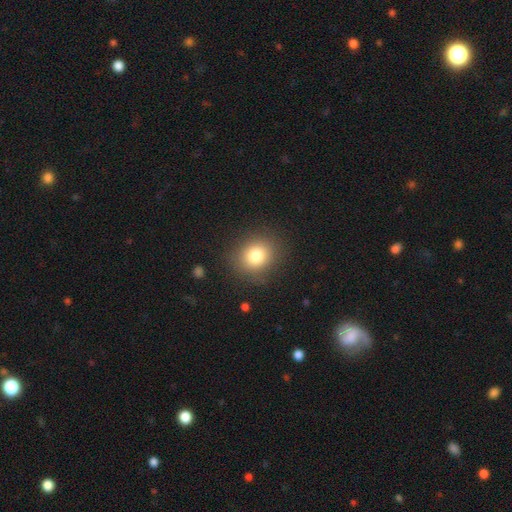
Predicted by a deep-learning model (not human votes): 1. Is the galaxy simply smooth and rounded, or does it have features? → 79% smooth, 12% star or artifact, 9% featured or disk.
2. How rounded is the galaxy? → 77% round, 22% in between, 1% cigar-shaped.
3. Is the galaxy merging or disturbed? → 86% none, 9% minor disturbance, 4% major disturbance, 1% merger.